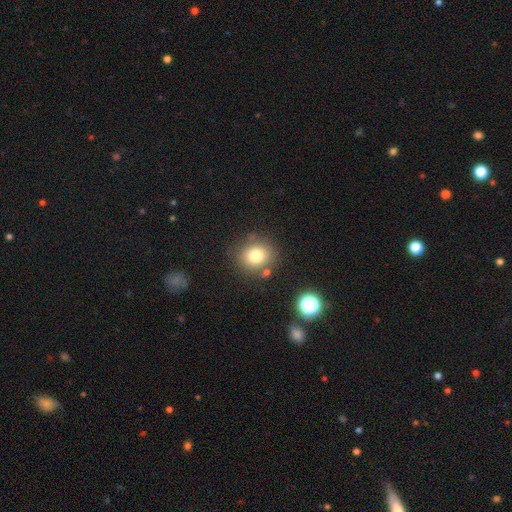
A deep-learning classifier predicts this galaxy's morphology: Q: Smooth or featured?
A: smooth (78%); runner-up: star or artifact (13%)
Q: How rounded?
A: round (80%); runner-up: in between (19%)
Q: Merging?
A: none (77%); runner-up: minor disturbance (11%)